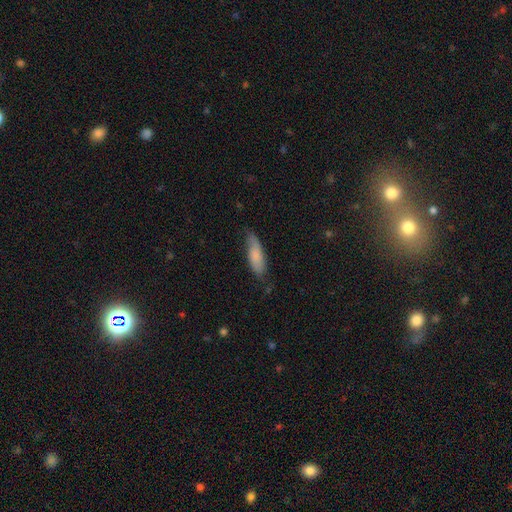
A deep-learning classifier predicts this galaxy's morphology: smooth 76%, featured or disk 17%, star or artifact 6%. Down the decision tree: how rounded — in between (50%); merging — none (65%).